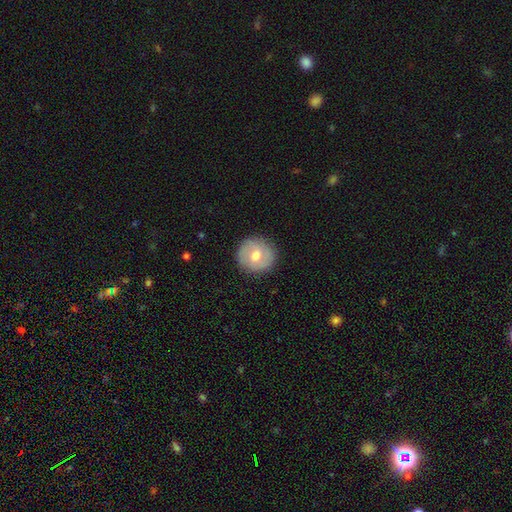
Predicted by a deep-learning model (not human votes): This appears to be a smooth galaxy with no disk features (57%) that is round (92%). Merging: none (87%).